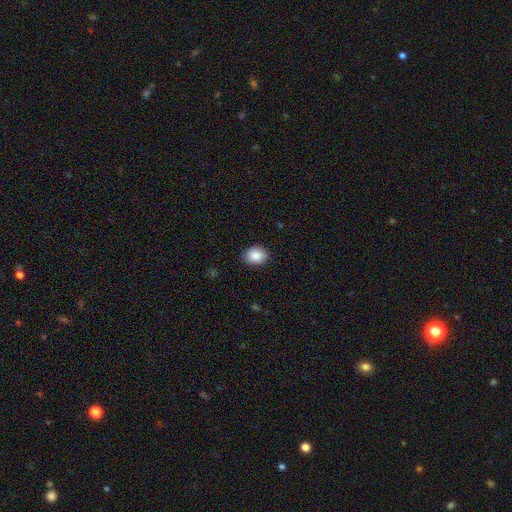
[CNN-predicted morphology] The model was most divided on "how rounded": in between: 58%, round: 41%, cigar-shaped: 1%. More confident: smooth or featured — smooth (87%); merging — none (86%).